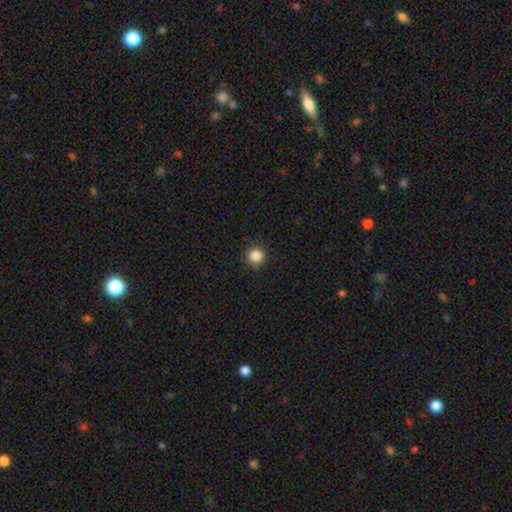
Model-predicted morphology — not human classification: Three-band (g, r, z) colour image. It shows a smooth galaxy with no disk features (85%) that is round (95%). Merging: none (89%).